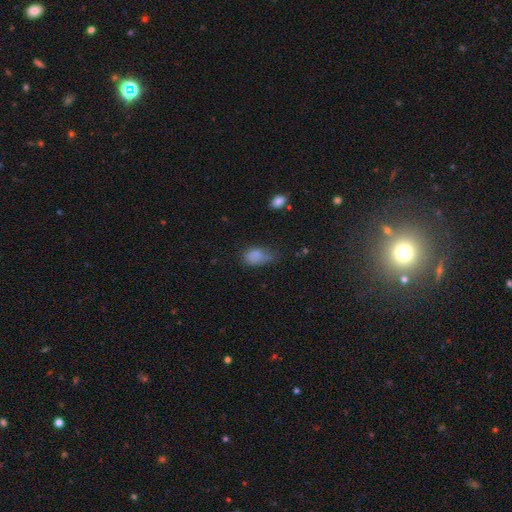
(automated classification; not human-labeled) smooth_or_featured: smooth (p=0.80) [alt: star or artifact p=0.11]
how_rounded: in between (p=0.85) [alt: round p=0.13]
merging: minor disturbance (p=0.40) [alt: none p=0.33]